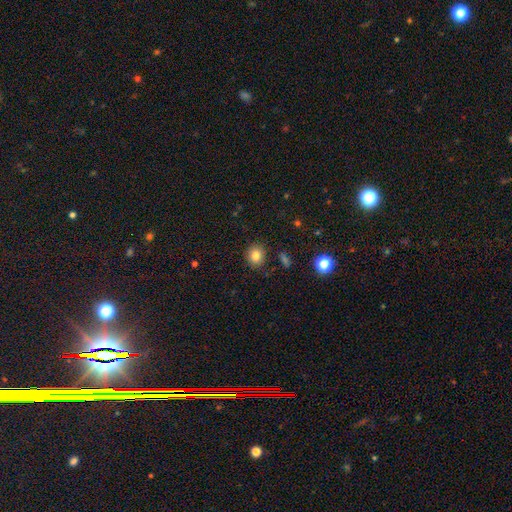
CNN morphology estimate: Overall: smooth (82%). How rounded: round (81%). Merging: none (87%).